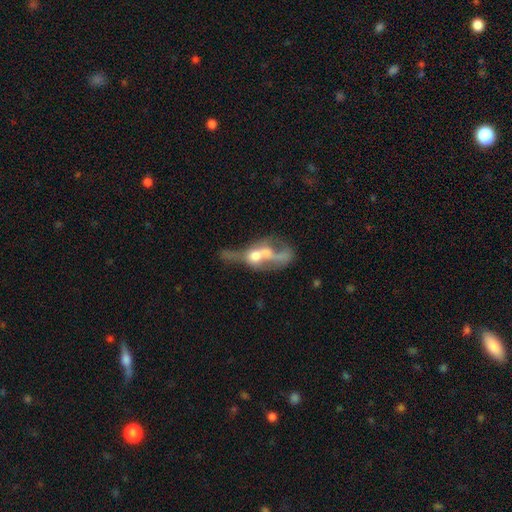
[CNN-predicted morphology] Smooth or featured?
  - featured or disk: 63% *
  - smooth: 25%
  - star or artifact: 13%
Edge-on disk?
  - no: 73% *
  - yes: 27%
Merging?
  - merger: 43% *
  - major disturbance: 28%
  - none: 19%
  - minor disturbance: 10%